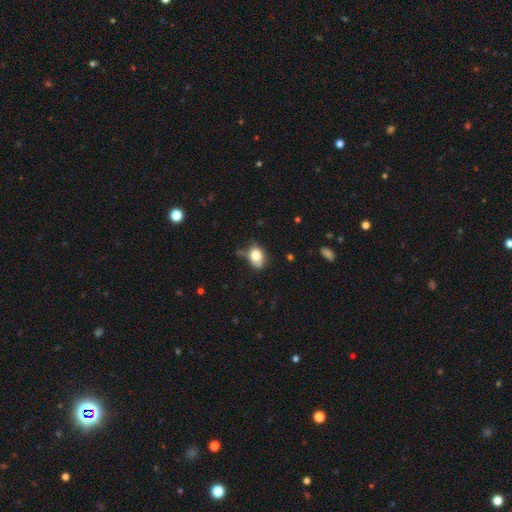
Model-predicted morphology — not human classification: Smooth or featured? Predicted: smooth (p=0.77). How rounded? Predicted: in between (p=0.70). Merging? Predicted: none (p=0.45).